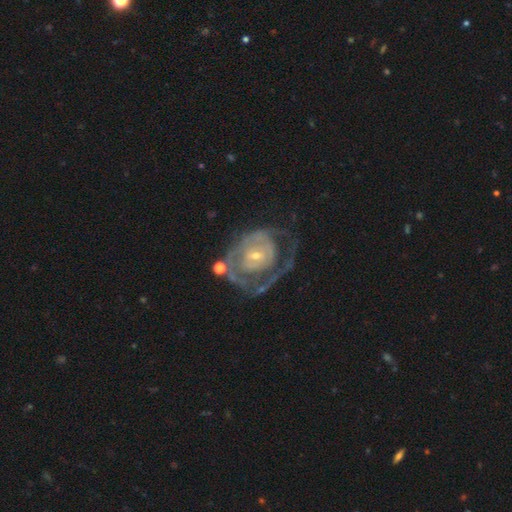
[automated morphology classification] Smooth or featured? Predicted: featured or disk (p=0.82). Edge-on disk? Predicted: no (p=0.97). Bar? Predicted: no (p=0.64). Spiral arms? Predicted: yes (p=0.78). Spiral winding? Predicted: tight (p=0.62). Spiral arm count? Predicted: can't tell (p=0.40). Bulge size? Predicted: small (p=0.74). Merging? Predicted: none (p=0.41).